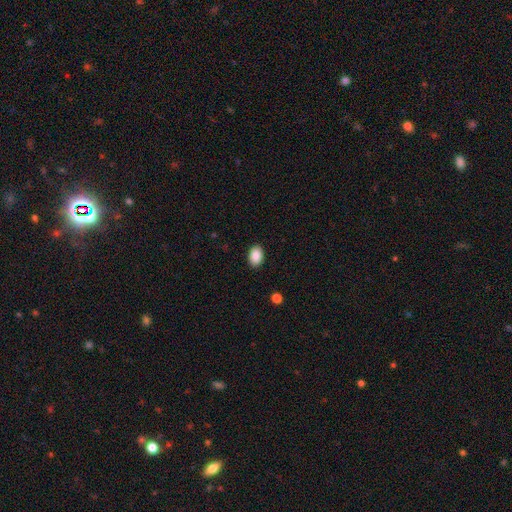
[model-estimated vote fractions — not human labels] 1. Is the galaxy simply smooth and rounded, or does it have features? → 90% smooth, 7% star or artifact, 3% featured or disk.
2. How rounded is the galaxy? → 86% in between, 13% round, 1% cigar-shaped.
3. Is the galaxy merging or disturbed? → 90% none, 7% minor disturbance, 2% major disturbance, 1% merger.